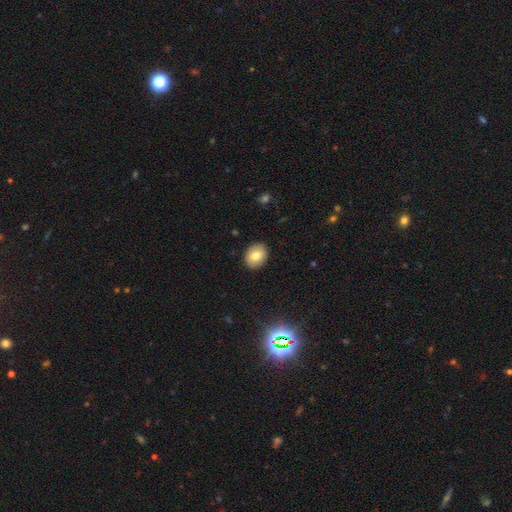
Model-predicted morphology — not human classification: The model was most divided on "how rounded": in between: 62%, round: 37%, cigar-shaped: 1%. More confident: merging — none (89%); smooth or featured — smooth (76%).